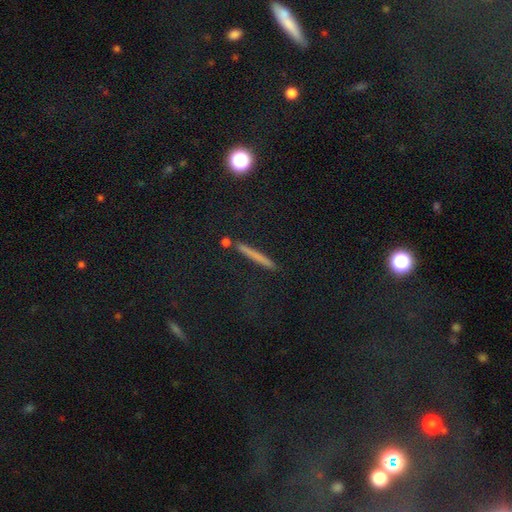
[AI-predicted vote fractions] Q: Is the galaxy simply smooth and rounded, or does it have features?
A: smooth — 58%.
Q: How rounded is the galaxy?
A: cigar-shaped — 93%.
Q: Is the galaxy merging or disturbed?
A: none — 87%.